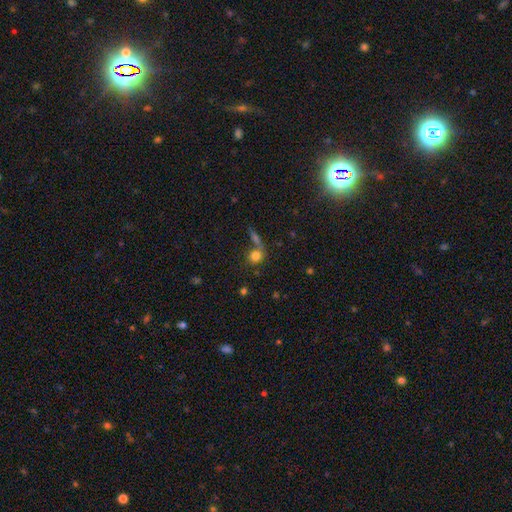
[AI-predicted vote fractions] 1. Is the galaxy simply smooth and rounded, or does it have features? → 79% smooth, 12% star or artifact, 9% featured or disk.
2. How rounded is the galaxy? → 77% round, 21% in between, 2% cigar-shaped.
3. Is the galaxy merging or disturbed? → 52% none, 31% merger, 11% minor disturbance, 7% major disturbance.